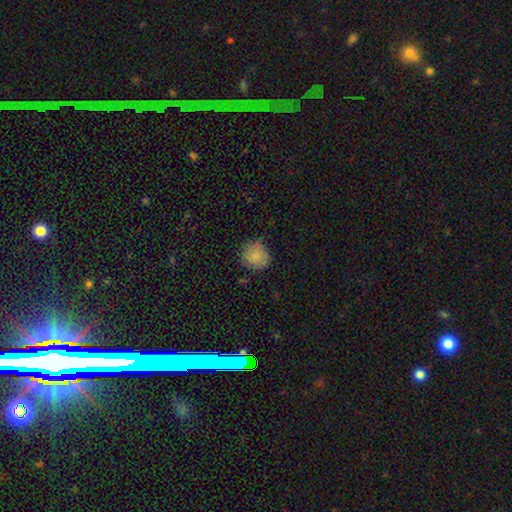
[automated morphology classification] This appears to be a smooth galaxy with no disk features (79%) that is round (88%). Merging: none (69%).